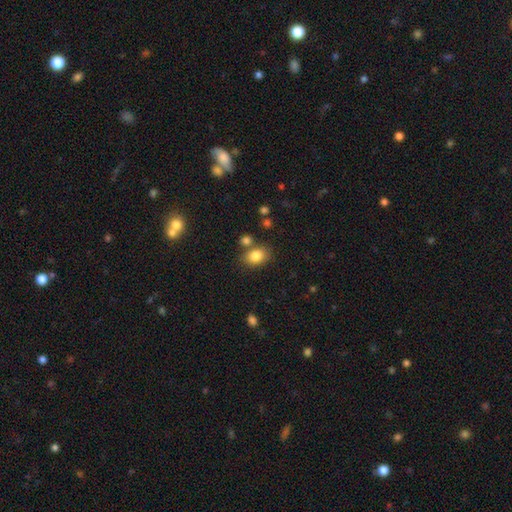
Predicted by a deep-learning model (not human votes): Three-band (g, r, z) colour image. It shows a smooth galaxy with no disk features (83%) that is in between round and cigar-shaped (68%). Merging: none (69%).